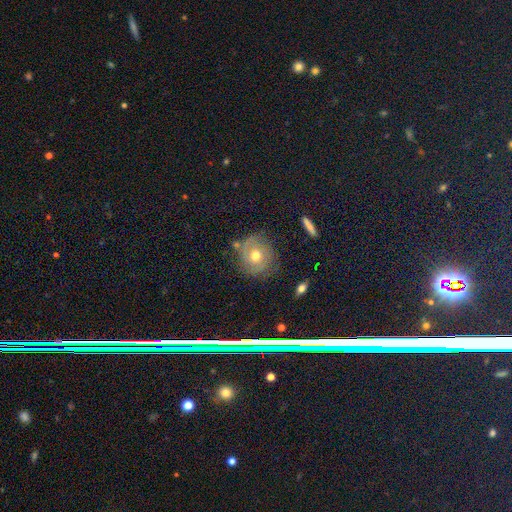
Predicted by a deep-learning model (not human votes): Overall: smooth (48%; featured or disk 41%). Merging: none (73%).